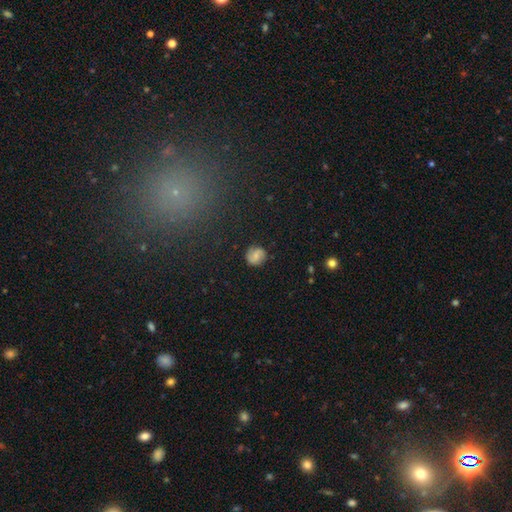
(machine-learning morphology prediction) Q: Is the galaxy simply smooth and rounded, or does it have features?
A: smooth — 55%.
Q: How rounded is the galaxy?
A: round — 82%.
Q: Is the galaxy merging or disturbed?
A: none — 82%.